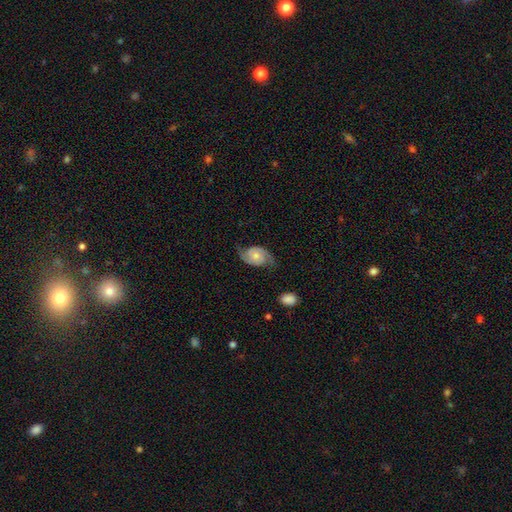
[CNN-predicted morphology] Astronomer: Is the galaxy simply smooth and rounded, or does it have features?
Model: featured or disk — 83%.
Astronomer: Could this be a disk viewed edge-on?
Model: no — 97%.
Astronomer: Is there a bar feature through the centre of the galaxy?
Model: no — 70%.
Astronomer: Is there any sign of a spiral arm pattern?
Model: yes — 97%.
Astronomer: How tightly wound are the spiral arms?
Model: medium — 49% (runner-up: tight, 28%).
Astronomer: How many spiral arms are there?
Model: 2 — 93%.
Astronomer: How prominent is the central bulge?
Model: moderate — 50% (runner-up: small, 41%).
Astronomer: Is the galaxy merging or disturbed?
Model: none — 74%.